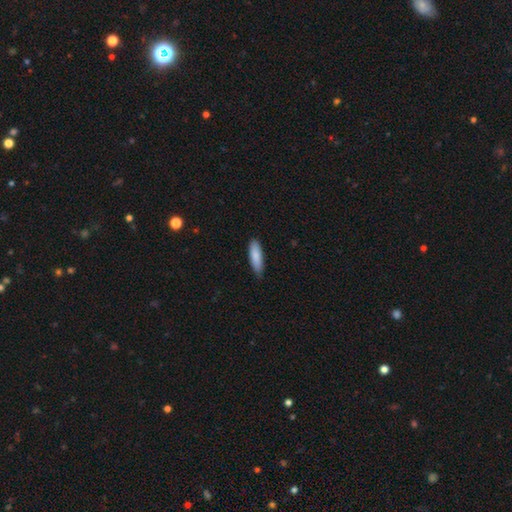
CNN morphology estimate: This is clearly a smooth galaxy (87%). How rounded: possibly cigar-shaped (53%). Merging: clearly none (81%).